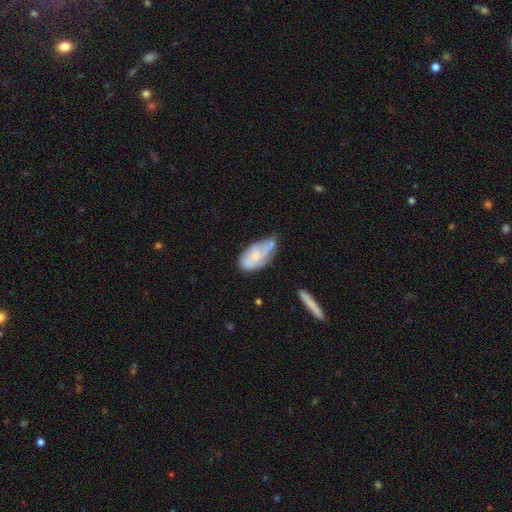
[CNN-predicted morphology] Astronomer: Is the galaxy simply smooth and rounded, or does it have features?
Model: smooth — 47% (runner-up: featured or disk, 46%).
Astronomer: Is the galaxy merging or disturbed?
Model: minor disturbance — 36%, tied with none at 36%.